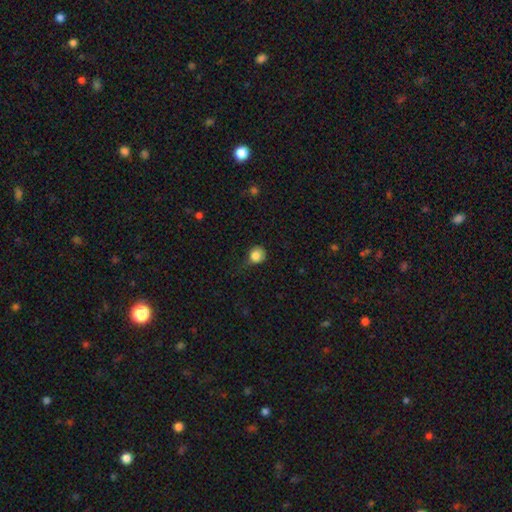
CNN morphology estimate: Overall: smooth (84%). How rounded: round (80%). Merging: none (55%; minor disturbance 32%).